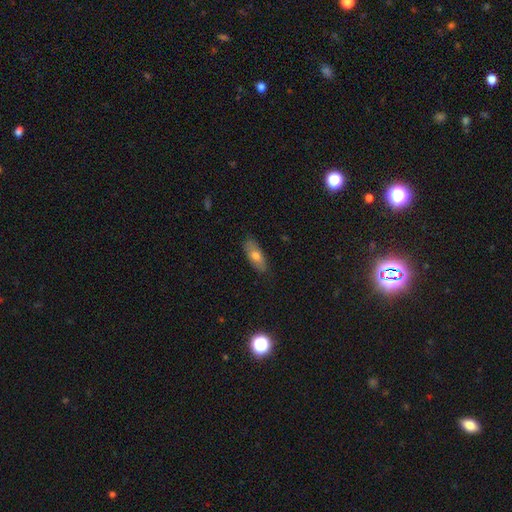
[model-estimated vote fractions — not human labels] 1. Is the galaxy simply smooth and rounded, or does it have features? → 71% smooth, 22% featured or disk, 7% star or artifact.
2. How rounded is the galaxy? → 77% in between, 20% cigar-shaped, 3% round.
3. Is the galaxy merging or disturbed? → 83% none, 14% minor disturbance, 2% major disturbance, 1% merger.